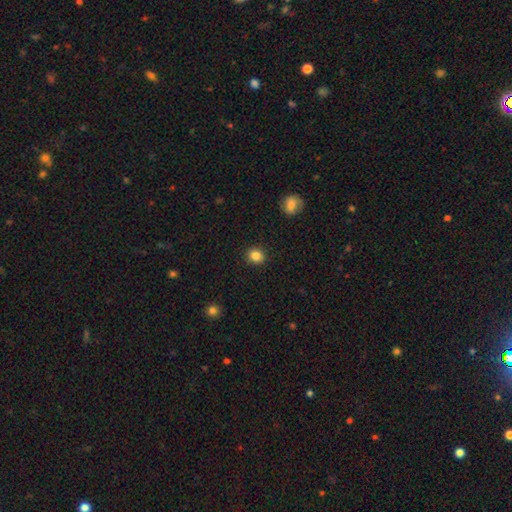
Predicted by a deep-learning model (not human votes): The model was most divided on "how rounded": round: 75%, in between: 24%, cigar-shaped: 1%. More confident: merging — none (91%); smooth or featured — smooth (85%).